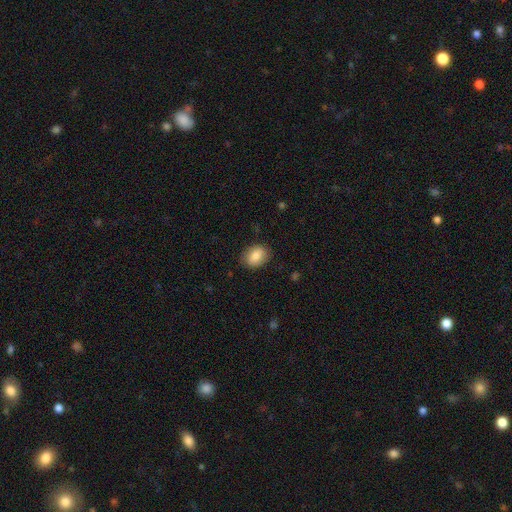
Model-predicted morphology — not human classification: type=smooth (79%); roundness=in between (73%); merging=none (83%).